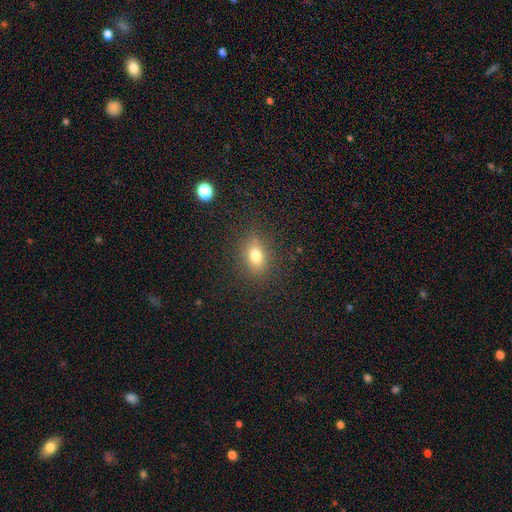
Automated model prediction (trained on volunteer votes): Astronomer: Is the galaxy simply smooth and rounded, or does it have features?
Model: smooth — 75%.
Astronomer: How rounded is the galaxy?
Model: in between — 67%.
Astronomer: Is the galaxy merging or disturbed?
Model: none — 85%.